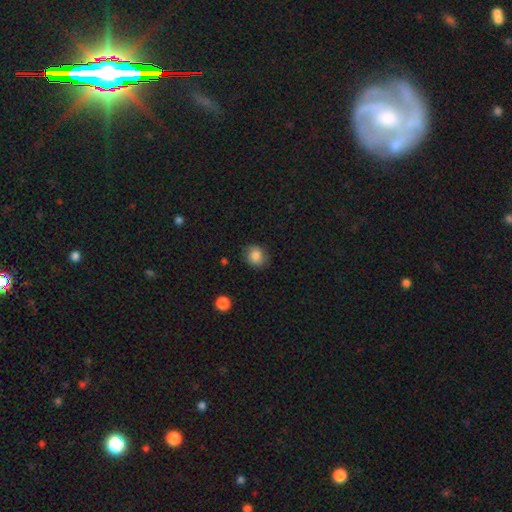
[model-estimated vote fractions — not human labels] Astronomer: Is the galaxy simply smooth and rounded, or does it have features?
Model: smooth — 85%.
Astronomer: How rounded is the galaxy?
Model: round — 78%.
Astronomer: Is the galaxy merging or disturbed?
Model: none — 83%.